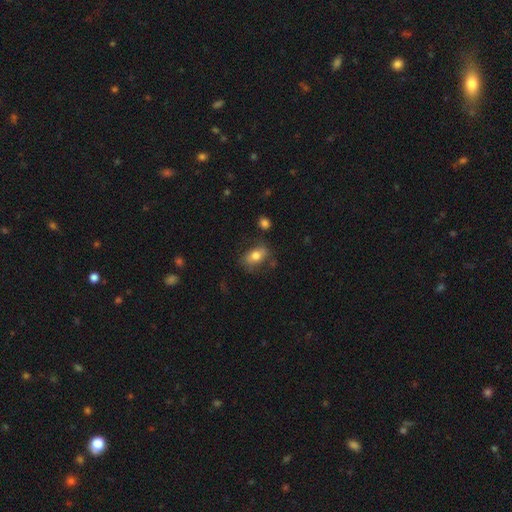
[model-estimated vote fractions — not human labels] smooth 73%, featured or disk 19%, star or artifact 8%. Down the decision tree: how rounded — in between (82%); merging — none (67%).